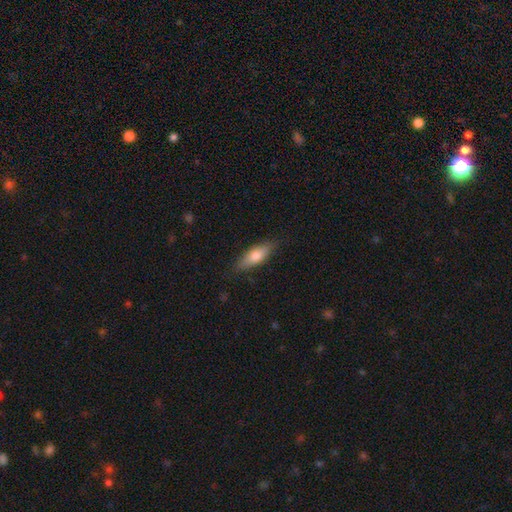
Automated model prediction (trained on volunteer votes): Smooth or featured: smooth — 70% (featured or disk — 24%)
How rounded: in between — 61% (cigar-shaped — 37%)
Merging: none — 83% (minor disturbance — 14%)